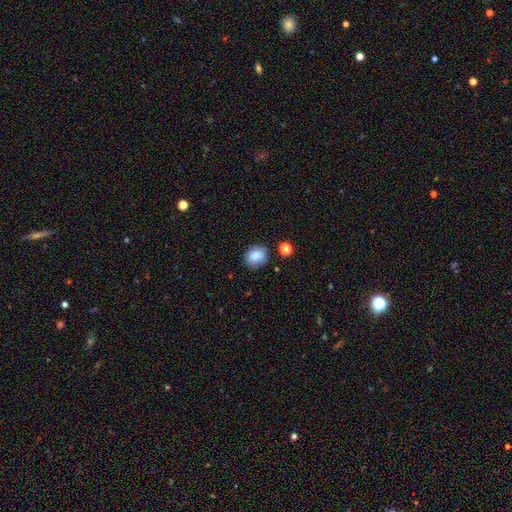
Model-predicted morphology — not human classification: Q: Smooth or featured?
A: smooth (84%); runner-up: star or artifact (9%)
Q: How rounded?
A: round (65%); runner-up: in between (34%)
Q: Merging?
A: none (81%); runner-up: minor disturbance (13%)